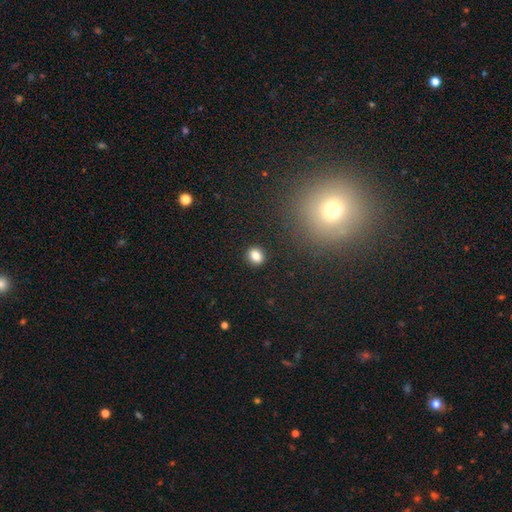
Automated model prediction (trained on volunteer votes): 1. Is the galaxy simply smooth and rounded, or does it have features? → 84% smooth, 11% star or artifact, 6% featured or disk.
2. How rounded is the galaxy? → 62% round, 37% in between, 1% cigar-shaped.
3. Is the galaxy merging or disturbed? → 89% none, 7% minor disturbance, 2% major disturbance, 1% merger.